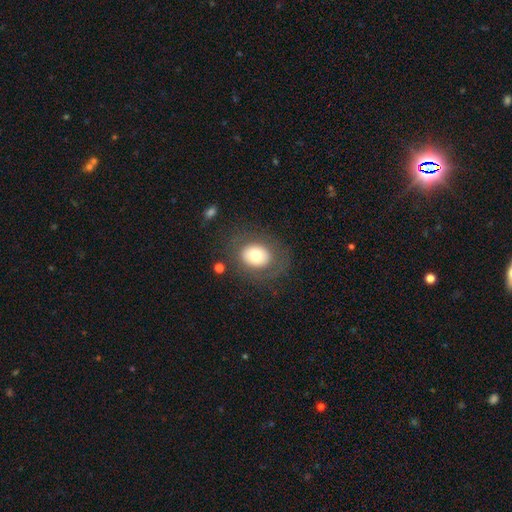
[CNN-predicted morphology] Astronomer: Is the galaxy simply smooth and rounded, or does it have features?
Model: smooth — 67%.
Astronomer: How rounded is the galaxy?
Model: round — 51% (runner-up: in between, 48%).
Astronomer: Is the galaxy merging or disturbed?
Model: none — 77%.